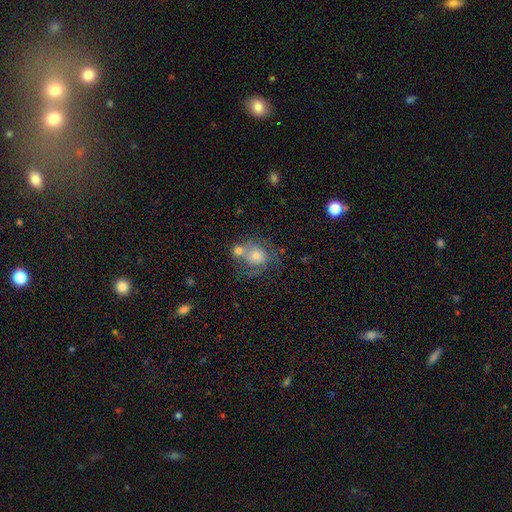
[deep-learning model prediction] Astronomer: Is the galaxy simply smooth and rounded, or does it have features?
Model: smooth — 50% (runner-up: featured or disk, 38%).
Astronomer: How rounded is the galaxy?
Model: round — 72%.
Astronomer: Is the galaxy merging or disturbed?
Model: none — 45% (runner-up: merger, 24%).